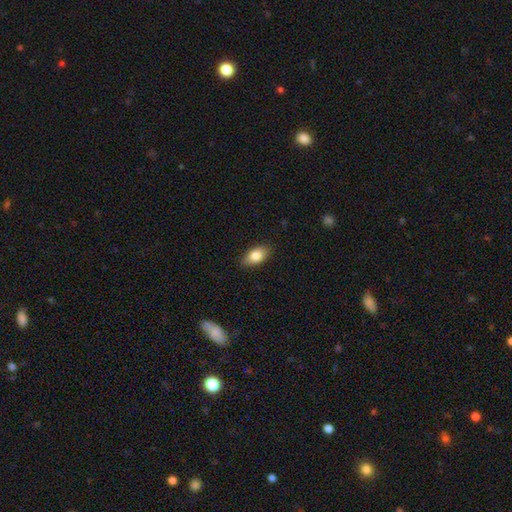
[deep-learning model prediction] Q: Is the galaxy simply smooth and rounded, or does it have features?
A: smooth — 82%.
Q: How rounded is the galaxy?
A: in between — 91%.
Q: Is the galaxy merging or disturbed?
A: none — 86%.